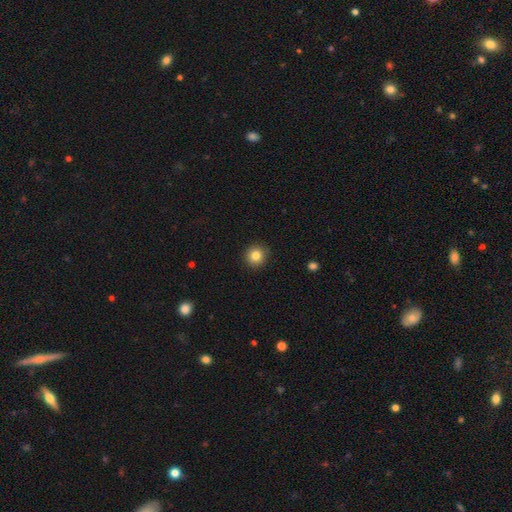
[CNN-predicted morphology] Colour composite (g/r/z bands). It shows a smooth galaxy with no disk features (83%) that is round (93%). Merging: none (92%).